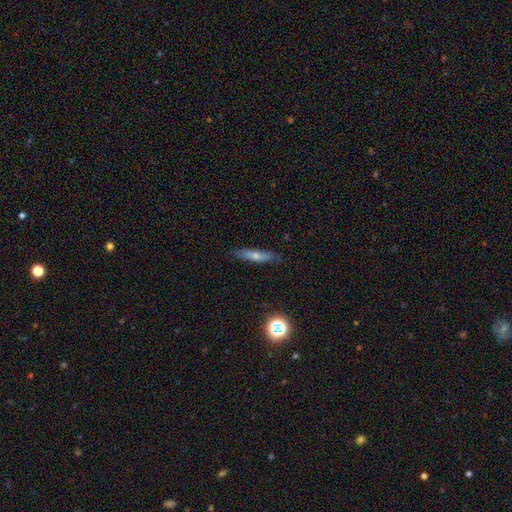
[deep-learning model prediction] Overall: smooth (62%; featured or disk 30%). How rounded: cigar-shaped (81%). Merging: none (82%).